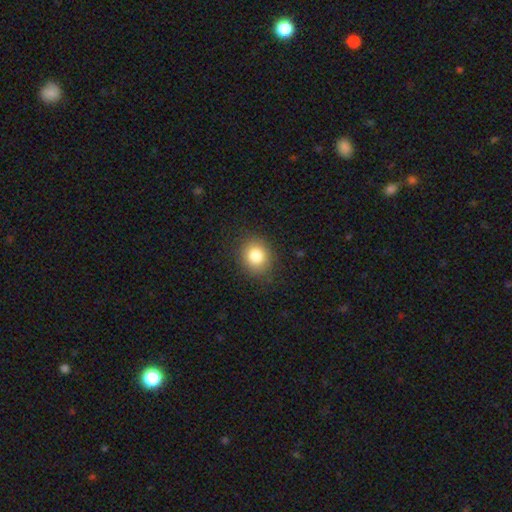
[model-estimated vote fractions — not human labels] This is clearly a smooth galaxy (83%). How rounded: likely round (68%). Merging: clearly none (86%).